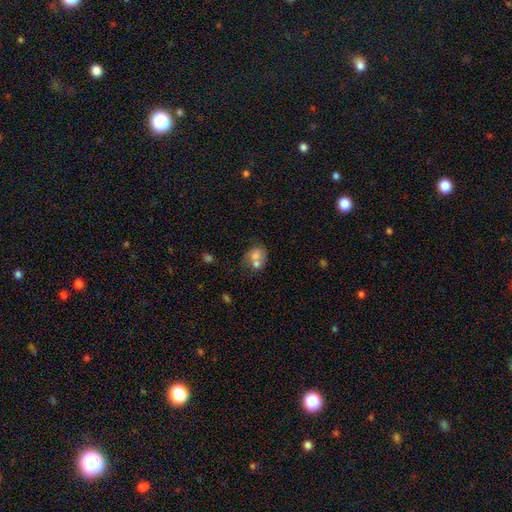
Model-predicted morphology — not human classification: A smooth galaxy with no disk features (65%) that is round (53%).

Vote fractions:
- Smooth or featured? smooth: 65% / featured or disk: 26% / star or artifact: 9%
- How rounded? round: 53% / in between: 46% / cigar-shaped: 1%
- Merging? merger: 55% / none: 26% / minor disturbance: 12% / major disturbance: 7%